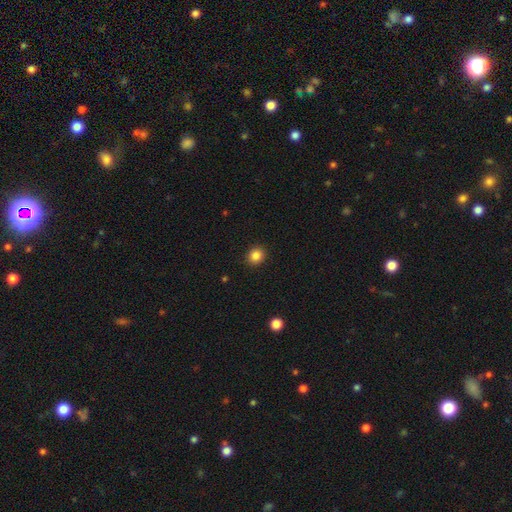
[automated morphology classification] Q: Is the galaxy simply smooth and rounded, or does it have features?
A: smooth — 86%.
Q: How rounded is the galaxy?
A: round — 83%.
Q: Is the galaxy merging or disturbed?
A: none — 92%.